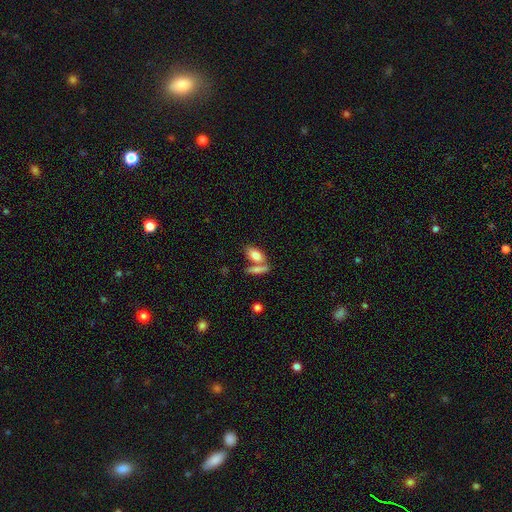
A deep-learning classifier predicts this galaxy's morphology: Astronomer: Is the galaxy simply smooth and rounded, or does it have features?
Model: smooth — 80%.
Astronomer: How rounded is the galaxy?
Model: in between — 85%.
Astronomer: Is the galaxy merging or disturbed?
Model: none — 47% (runner-up: merger, 39%).